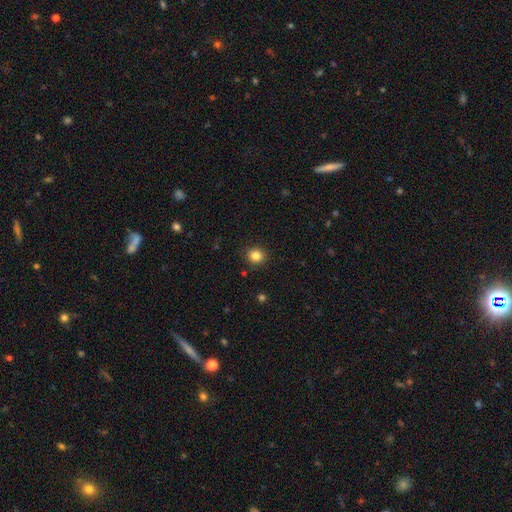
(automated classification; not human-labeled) Smooth or featured? smooth (84%)
How rounded? round (86%)
Merging? none (90%)